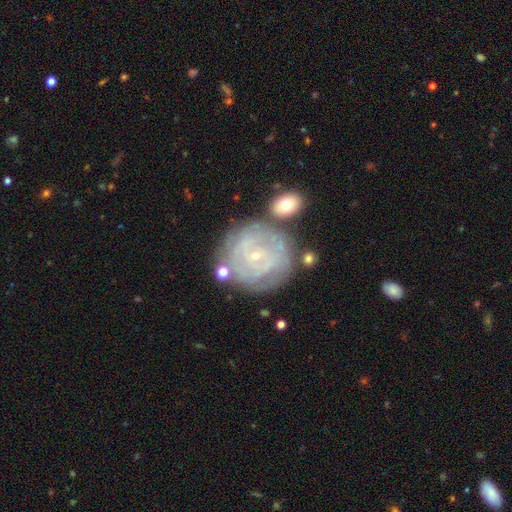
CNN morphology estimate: Q: Smooth or featured?
A: featured or disk (76%); runner-up: smooth (16%)
Q: Edge-on disk?
A: no (97%); runner-up: yes (3%)
Q: Bar?
A: no (69%); runner-up: weak (25%)
Q: Spiral arms?
A: yes (84%); runner-up: no (16%)
Q: Spiral winding?
A: tight (76%); runner-up: medium (18%)
Q: Spiral arm count?
A: can't tell (52%); runner-up: 2 (15%)
Q: Bulge size?
A: small (86%); runner-up: moderate (10%)
Q: Merging?
A: none (67%); runner-up: minor disturbance (17%)